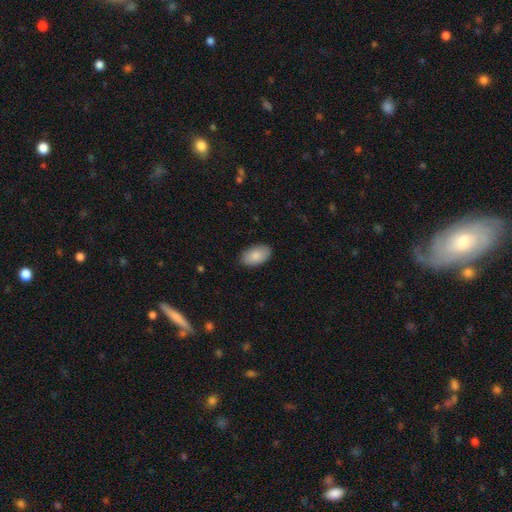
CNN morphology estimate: Smooth or featured?
  - smooth: 86% *
  - featured or disk: 8%
  - star or artifact: 6%
How rounded?
  - in between: 95% *
  - round: 3%
  - cigar-shaped: 2%
Merging?
  - none: 87% *
  - minor disturbance: 10%
  - major disturbance: 2%
  - merger: 1%